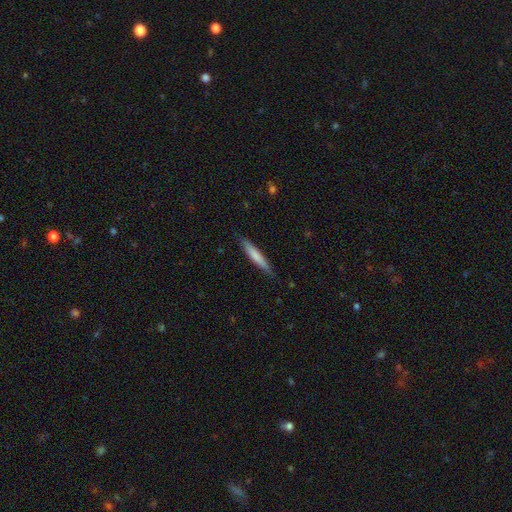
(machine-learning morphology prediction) Smooth or featured? smooth (72%)
How rounded? cigar-shaped (93%)
Merging? none (86%)